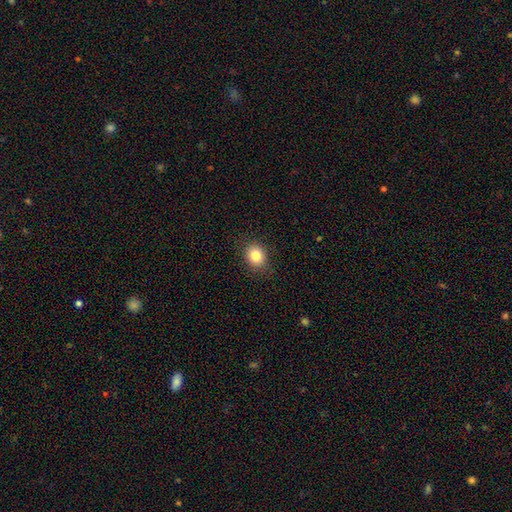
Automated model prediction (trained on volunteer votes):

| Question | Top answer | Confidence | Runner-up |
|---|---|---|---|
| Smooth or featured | smooth | 83% | star or artifact (11%) |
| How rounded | round | 64% | in between (35%) |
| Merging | none | 87% | minor disturbance (9%) |